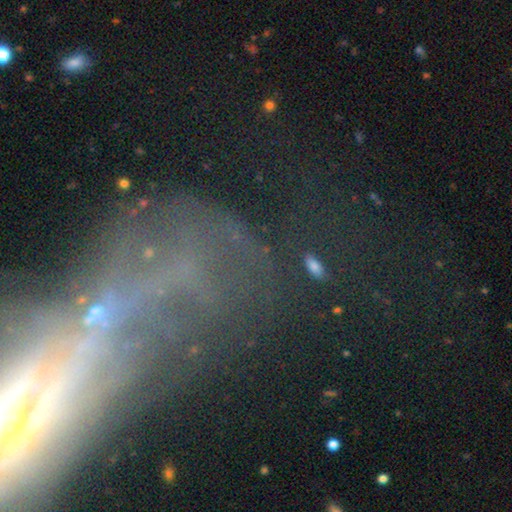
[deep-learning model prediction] A featured or disk galaxy (46%).

Vote fractions:
- Smooth or featured? featured or disk: 46% / star or artifact: 35% / smooth: 19%
- Merging? none: 37% / major disturbance: 29% / merger: 19% / minor disturbance: 15%